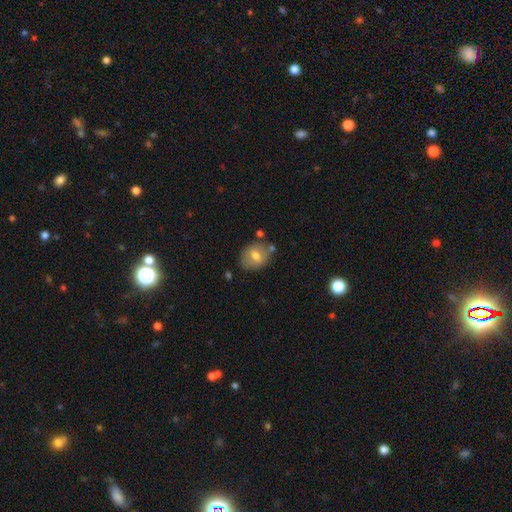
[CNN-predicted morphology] type=smooth (63%); roundness=round (50%); merging=none (70%).